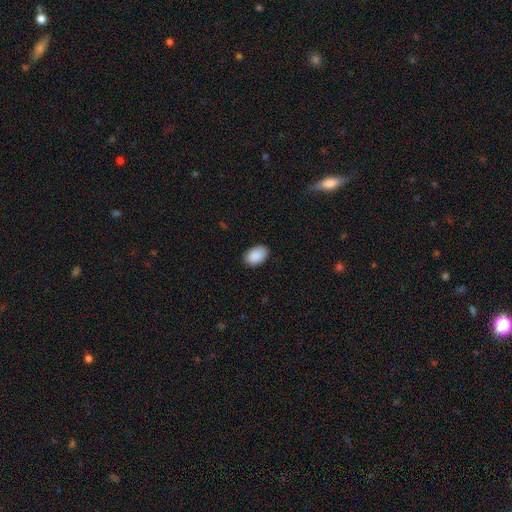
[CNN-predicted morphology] type=smooth (90%); roundness=in between (91%); merging=none (85%).